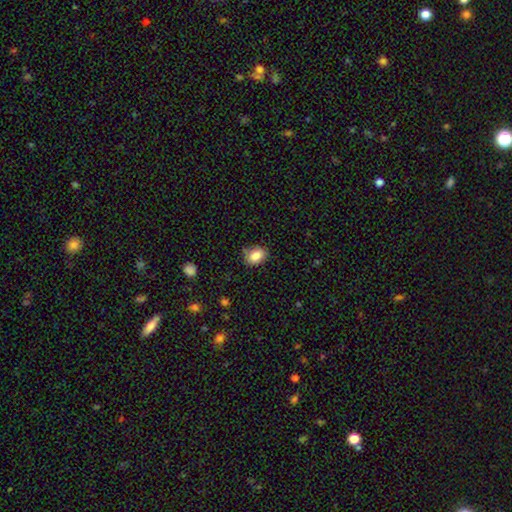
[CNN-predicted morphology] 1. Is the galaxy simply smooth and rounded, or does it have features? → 84% smooth, 8% star or artifact, 7% featured or disk.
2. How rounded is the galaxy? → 76% in between, 23% round, 1% cigar-shaped.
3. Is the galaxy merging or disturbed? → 76% none, 18% minor disturbance, 4% major disturbance, 2% merger.